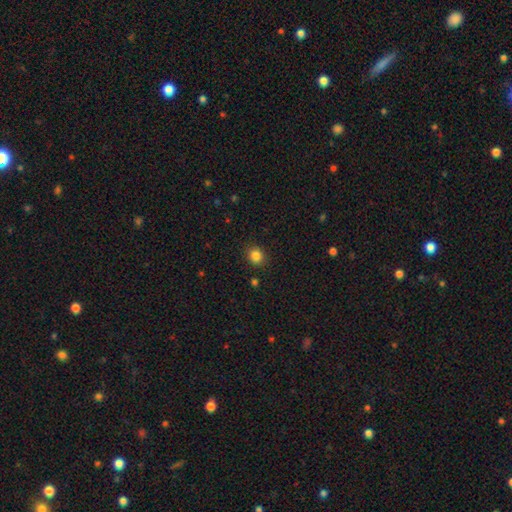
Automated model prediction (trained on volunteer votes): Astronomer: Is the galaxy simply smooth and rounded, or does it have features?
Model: smooth — 84%.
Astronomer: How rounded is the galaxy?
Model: round — 75%.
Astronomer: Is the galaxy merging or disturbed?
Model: none — 88%.